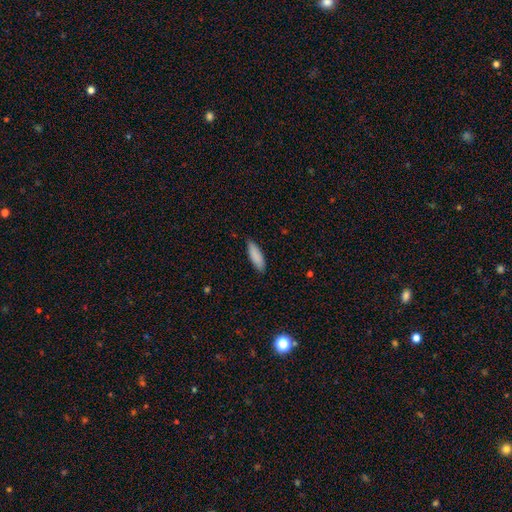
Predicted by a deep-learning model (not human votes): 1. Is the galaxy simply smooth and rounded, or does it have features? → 88% smooth, 6% featured or disk, 6% star or artifact.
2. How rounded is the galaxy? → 55% in between, 44% cigar-shaped, 1% round.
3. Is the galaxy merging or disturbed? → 85% none, 12% minor disturbance, 2% major disturbance, 1% merger.